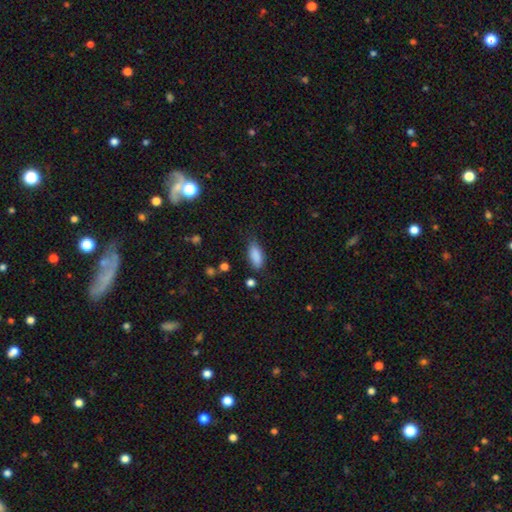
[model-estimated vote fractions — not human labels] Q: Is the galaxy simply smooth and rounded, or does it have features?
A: smooth — 88%.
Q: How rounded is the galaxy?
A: in between — 83%.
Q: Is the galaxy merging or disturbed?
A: none — 73%.